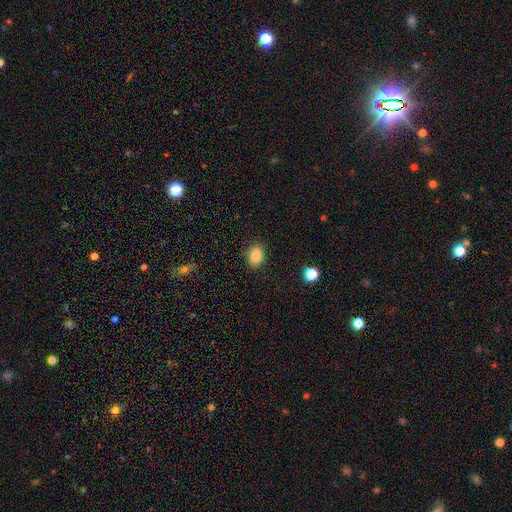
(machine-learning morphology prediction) Smooth or featured? Predicted: smooth (p=0.85). How rounded? Predicted: in between (p=0.70). Merging? Predicted: none (p=0.85).